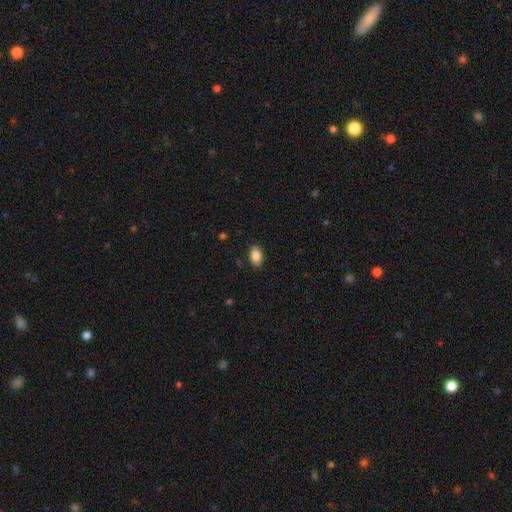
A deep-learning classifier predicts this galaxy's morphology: This appears to be a smooth galaxy with no disk features (87%) that is in between round and cigar-shaped (89%). Merging: none (87%).